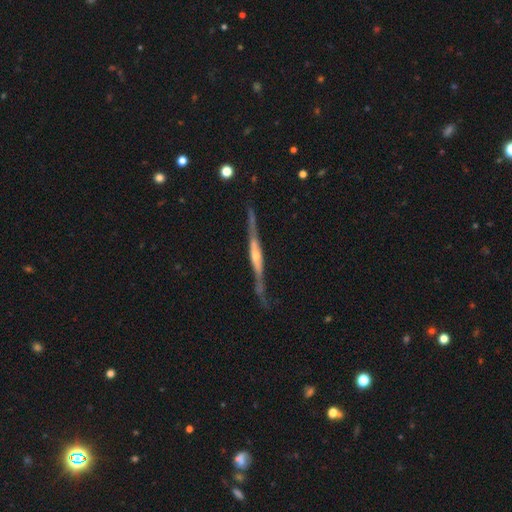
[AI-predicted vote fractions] Morphology: type=featured or disk (80%); edge-on=yes (95%); edge-on bulge=rounded (66%); merging=none (74%).